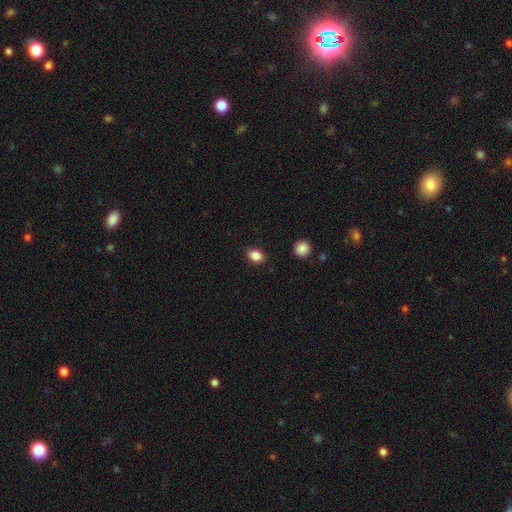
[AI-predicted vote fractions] A smooth galaxy with no disk features (86%) that is in between round and cigar-shaped (70%).

Vote fractions:
- Smooth or featured? smooth: 86% / star or artifact: 9% / featured or disk: 5%
- How rounded? in between: 70% / round: 28% / cigar-shaped: 1%
- Merging? none: 88% / minor disturbance: 8% / major disturbance: 2% / merger: 1%